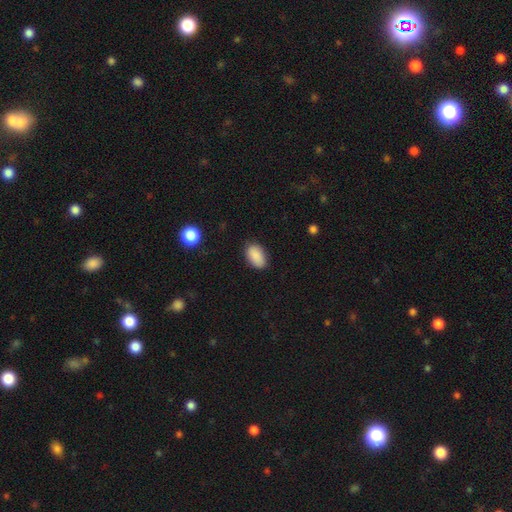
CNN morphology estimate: The model was most divided on "merging": none: 84%, minor disturbance: 12%, major disturbance: 3%, merger: 1%. More confident: how rounded — in between (92%); smooth or featured — smooth (89%).